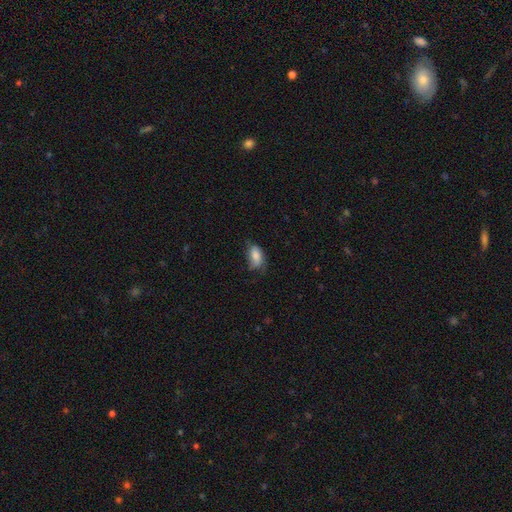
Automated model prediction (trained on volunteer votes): smooth-or-featured: smooth: 80% | featured or disk: 12% | star or artifact: 8%
  how-rounded: in between: 90% | round: 5% | cigar-shaped: 4%
  merging: none: 52% | minor disturbance: 34% | major disturbance: 12% | merger: 2%